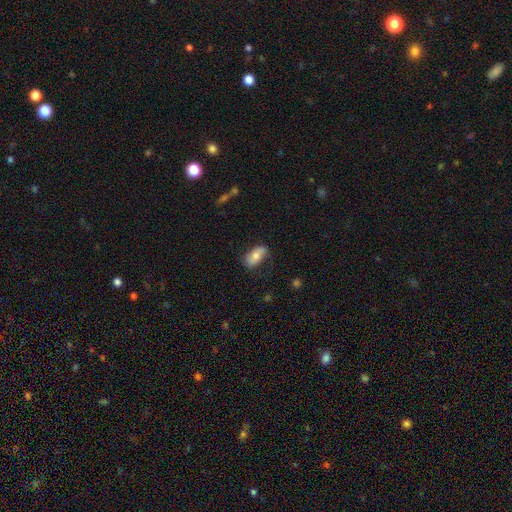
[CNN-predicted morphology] Smooth or featured? Predicted: smooth (p=0.70). How rounded? Predicted: in between (p=0.91). Merging? Predicted: none (p=0.70).